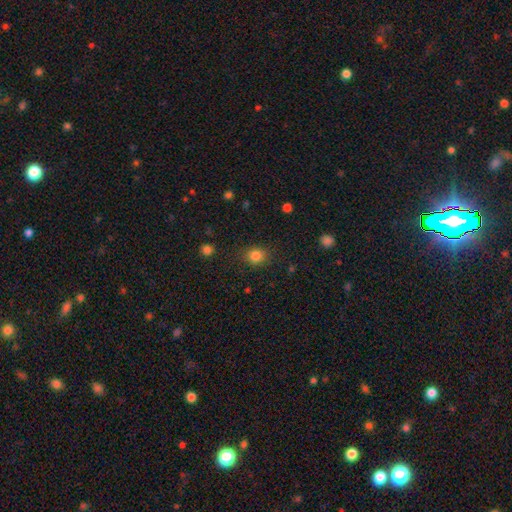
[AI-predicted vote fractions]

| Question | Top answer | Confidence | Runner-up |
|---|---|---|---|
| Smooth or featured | smooth | 83% | star or artifact (12%) |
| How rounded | round | 72% | in between (27%) |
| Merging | none | 84% | minor disturbance (11%) |